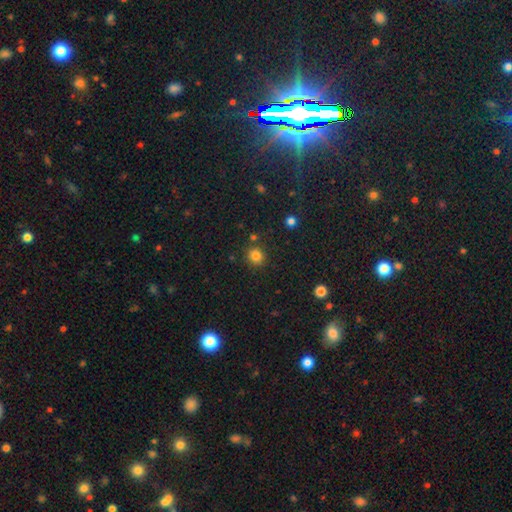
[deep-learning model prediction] smooth 82%, star or artifact 13%, featured or disk 5%. Down the decision tree: how rounded — round (88%); merging — none (83%).